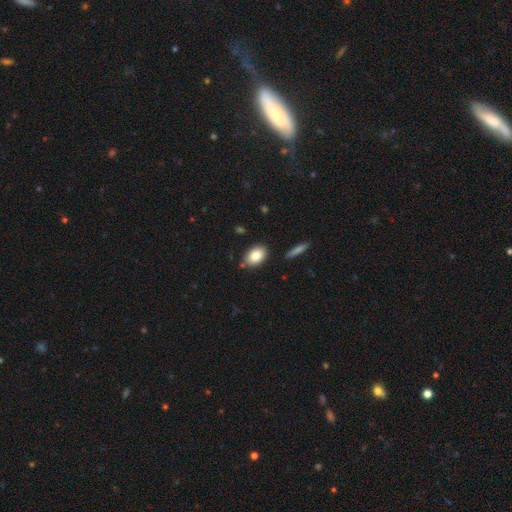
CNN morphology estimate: Smooth or featured? smooth (84%)
How rounded? in between (84%)
Merging? none (83%)